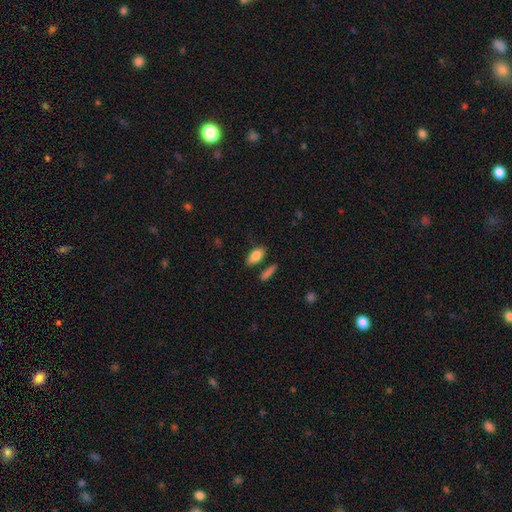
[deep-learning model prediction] This is clearly a smooth galaxy (84%). How rounded: clearly in between (90%). Merging: likely none (79%).